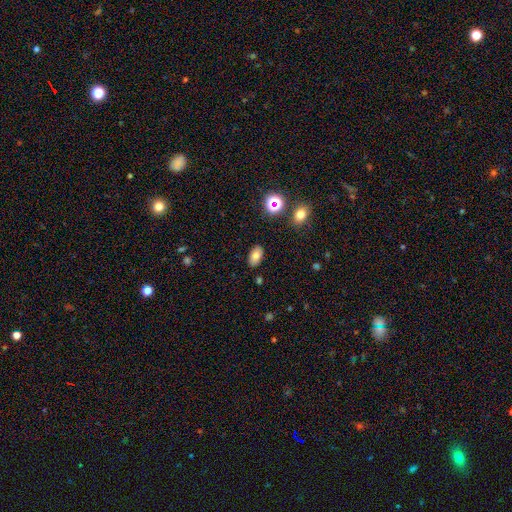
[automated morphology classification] smooth_or_featured: smooth (p=0.76) [alt: star or artifact p=0.13]
how_rounded: in between (p=0.92) [alt: round p=0.06]
merging: none (p=0.86) [alt: minor disturbance p=0.10]